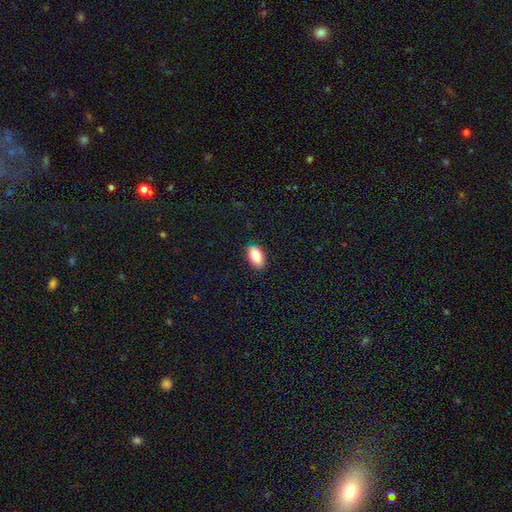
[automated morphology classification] smooth_or_featured: smooth (p=0.83) [alt: featured or disk p=0.10]
how_rounded: in between (p=0.92) [alt: round p=0.05]
merging: none (p=0.87) [alt: minor disturbance p=0.10]